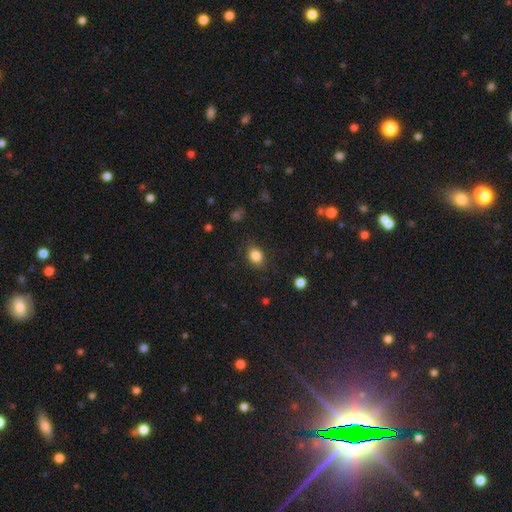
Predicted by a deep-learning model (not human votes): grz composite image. It shows a smooth galaxy with no disk features (84%) that is in between round and cigar-shaped (66%). Merging: none (82%).